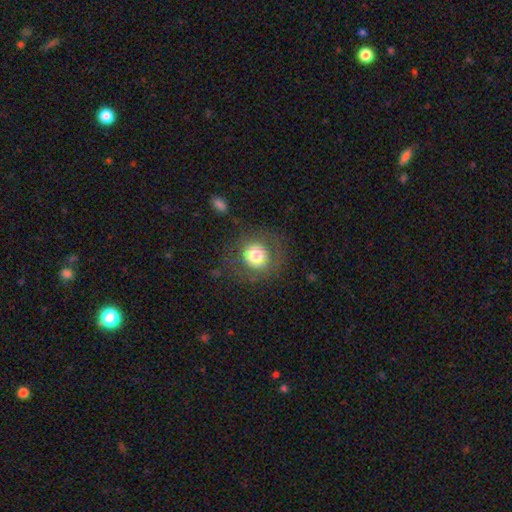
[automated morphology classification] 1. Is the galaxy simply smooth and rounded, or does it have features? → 69% smooth, 20% featured or disk, 10% star or artifact.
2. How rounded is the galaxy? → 89% round, 10% in between, 1% cigar-shaped.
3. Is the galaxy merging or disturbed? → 73% none, 14% minor disturbance, 11% major disturbance, 2% merger.